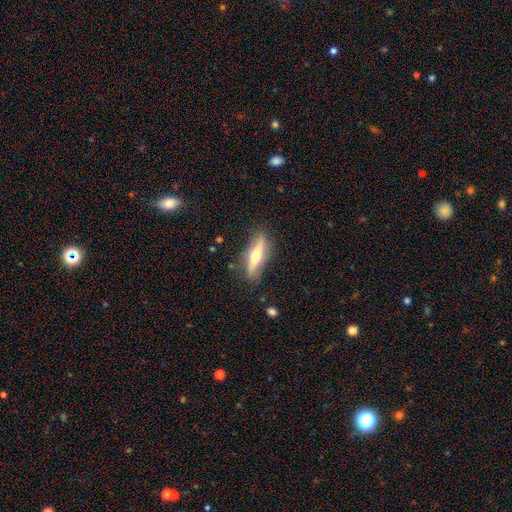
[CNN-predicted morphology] Smooth or featured: featured or disk — 55% (smooth — 39%)
Edge-on disk: yes — 82% (no — 18%)
Merging: none — 80% (minor disturbance — 14%)